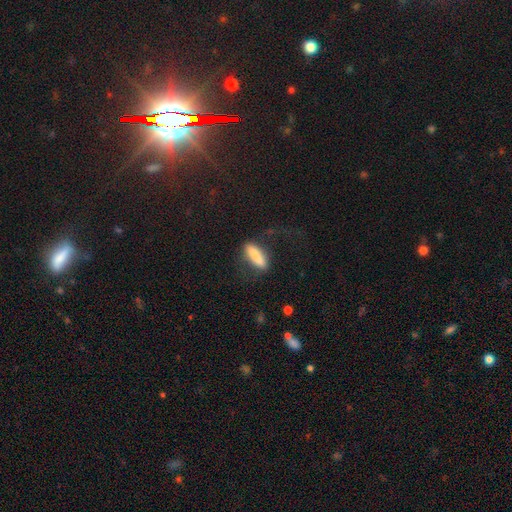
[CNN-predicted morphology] A smooth galaxy with no disk features (78%) that is cigar-shaped (64%).

Vote fractions:
- Smooth or featured? smooth: 78% / featured or disk: 15% / star or artifact: 7%
- How rounded? cigar-shaped: 64% / in between: 34% / round: 2%
- Merging? none: 68% / minor disturbance: 17% / major disturbance: 13% / merger: 2%